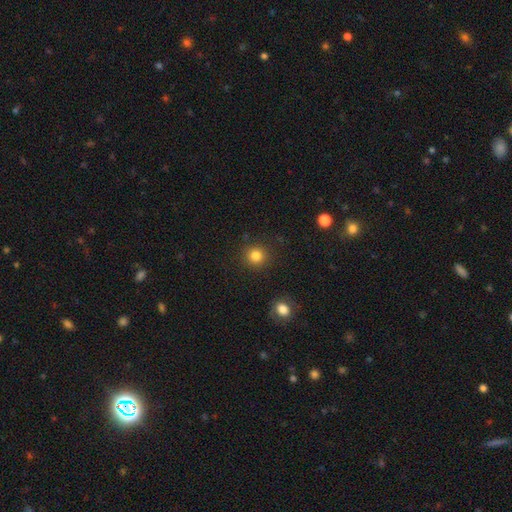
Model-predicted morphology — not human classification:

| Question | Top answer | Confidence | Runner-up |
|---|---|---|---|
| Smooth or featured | smooth | 83% | star or artifact (12%) |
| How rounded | round | 91% | in between (8%) |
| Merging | none | 89% | minor disturbance (7%) |